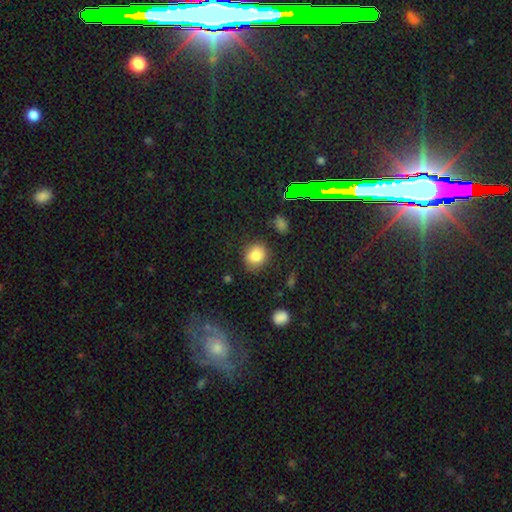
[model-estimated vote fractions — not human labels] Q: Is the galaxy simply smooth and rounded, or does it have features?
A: smooth — 82%.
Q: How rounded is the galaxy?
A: round — 71%.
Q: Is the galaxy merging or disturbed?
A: none — 80%.